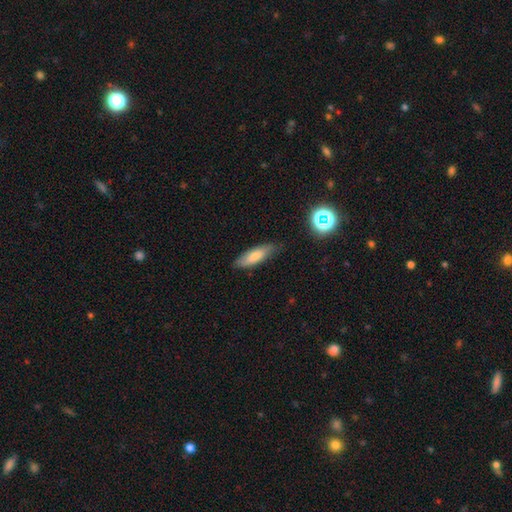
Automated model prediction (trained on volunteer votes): Overall: smooth (75%). How rounded: in between (53%; cigar-shaped 45%). Merging: none (75%).